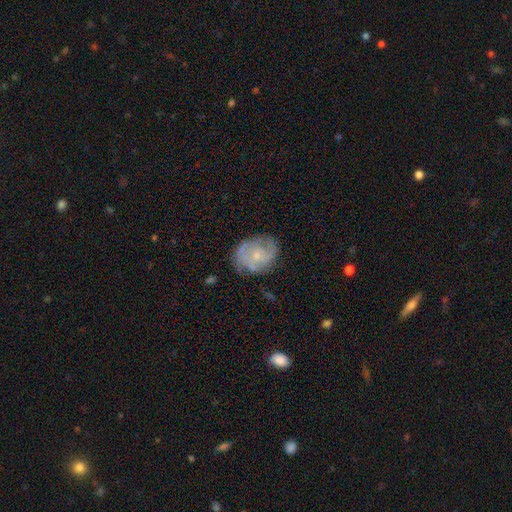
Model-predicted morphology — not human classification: Smooth or featured? Predicted: featured or disk (p=0.72). Edge-on disk? Predicted: no (p=0.98). Bar? Predicted: no (p=0.76). Spiral arms? Predicted: yes (p=0.85). Spiral winding? Predicted: tight (p=0.53). Spiral arm count? Predicted: 2 (p=0.35, tied with can't tell). Bulge size? Predicted: small (p=0.70). Merging? Predicted: none (p=0.67).